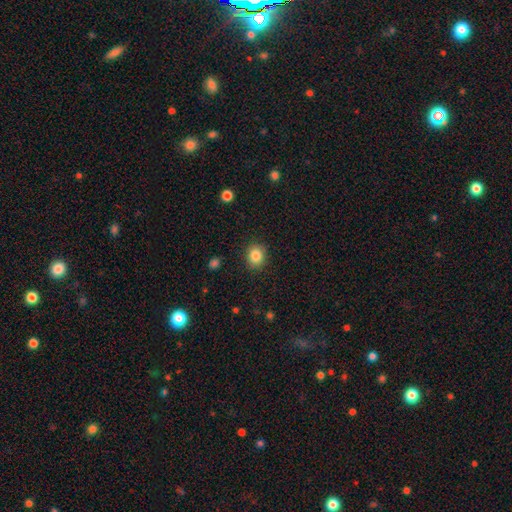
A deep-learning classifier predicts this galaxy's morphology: type=smooth (85%); roundness=round (71%); merging=none (89%).